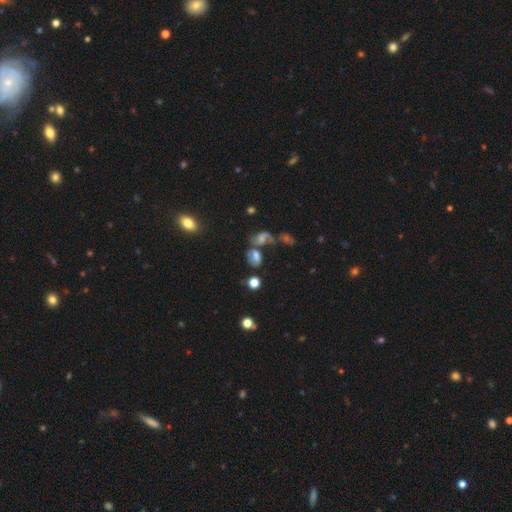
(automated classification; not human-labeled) This appears to be a smooth galaxy with no disk features (55%) that is in between round and cigar-shaped (70%). Merging: merger (38%).